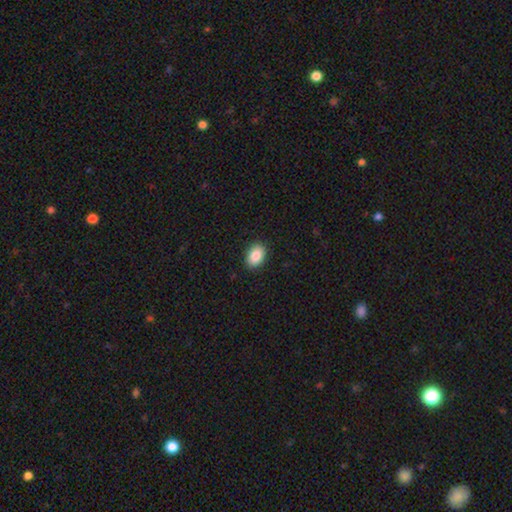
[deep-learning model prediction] smooth 86%, star or artifact 8%, featured or disk 6%. Down the decision tree: how rounded — in between (85%); merging — none (90%).